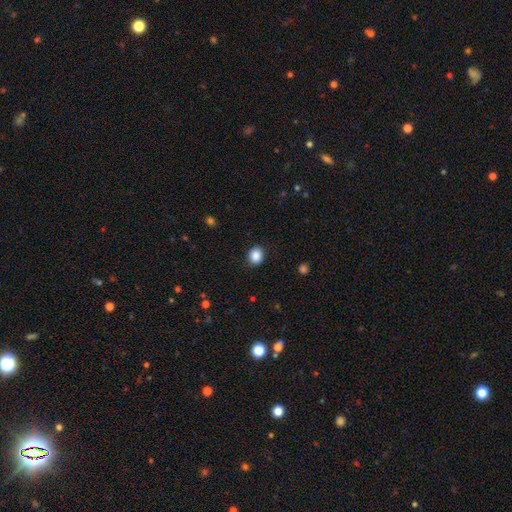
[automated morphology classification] A smooth galaxy with no disk features (88%) that is round (59%). Merging: none (89%).